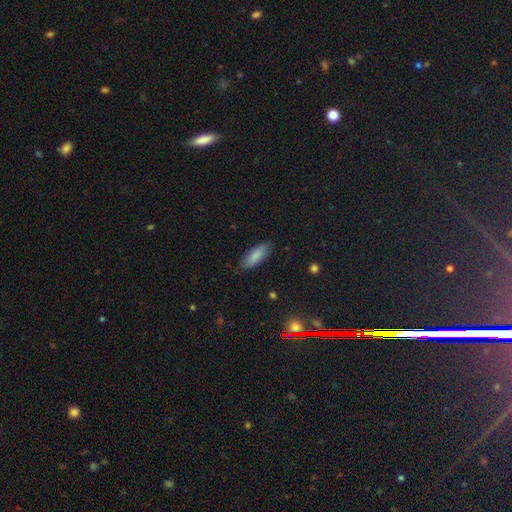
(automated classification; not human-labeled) Smooth or featured? Predicted: smooth (p=0.85). How rounded? Predicted: in between (p=0.72). Merging? Predicted: none (p=0.82).